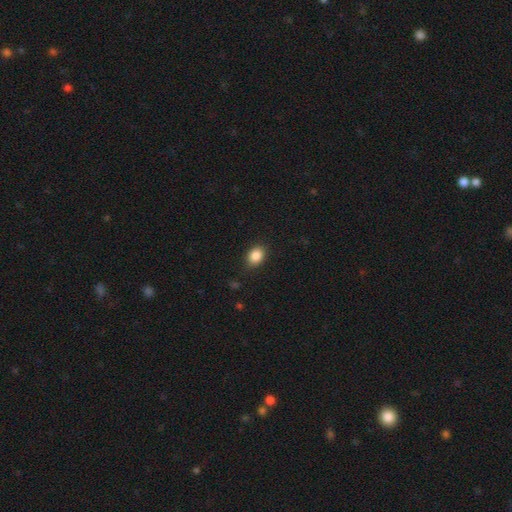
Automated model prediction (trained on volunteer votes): Overall: smooth (87%). How rounded: in between (69%; round 30%). Merging: none (86%).